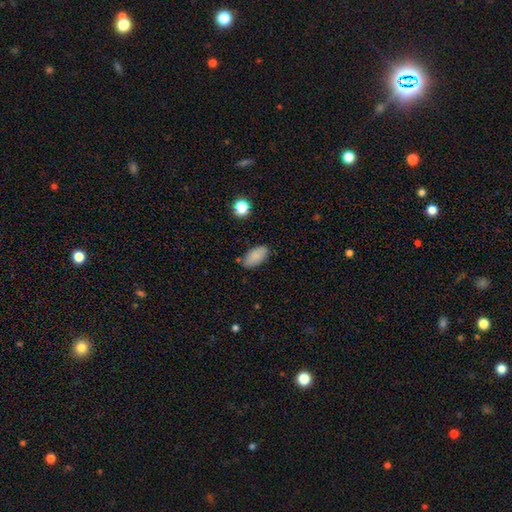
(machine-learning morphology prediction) Smooth or featured: smooth — 84% (star or artifact — 8%)
How rounded: in between — 92% (cigar-shaped — 5%)
Merging: none — 77% (minor disturbance — 17%)